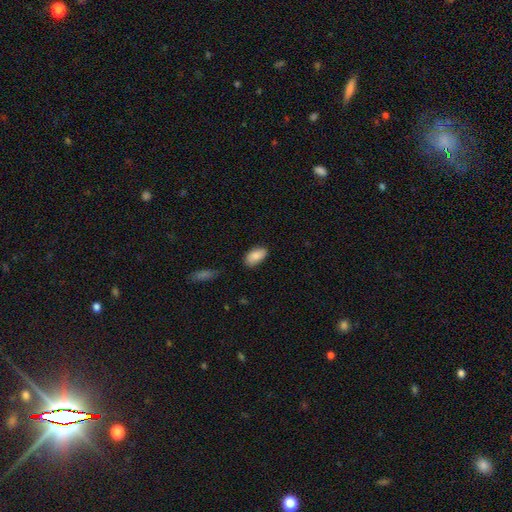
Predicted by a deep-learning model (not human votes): Overall: smooth (87%). How rounded: in between (94%). Merging: none (79%).